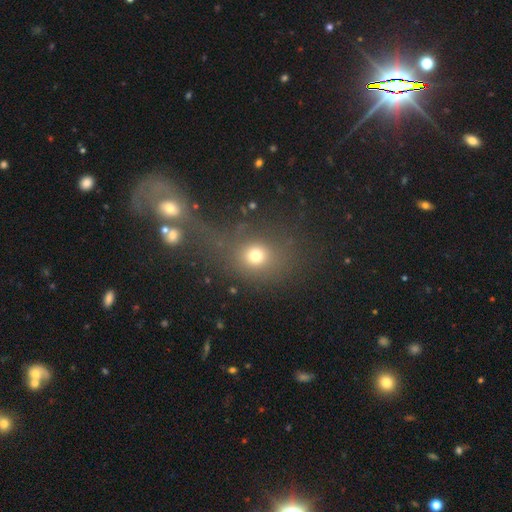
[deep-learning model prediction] Smooth or featured? Predicted: smooth (p=0.70). How rounded? Predicted: round (p=0.68). Merging? Predicted: none (p=0.47).